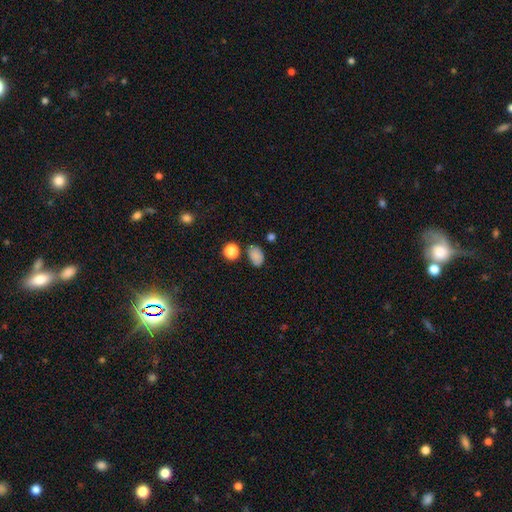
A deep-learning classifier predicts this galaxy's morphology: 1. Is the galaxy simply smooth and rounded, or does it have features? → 82% smooth, 12% star or artifact, 6% featured or disk.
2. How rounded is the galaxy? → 83% in between, 15% round, 1% cigar-shaped.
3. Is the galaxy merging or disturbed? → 72% none, 18% minor disturbance, 6% merger, 4% major disturbance.